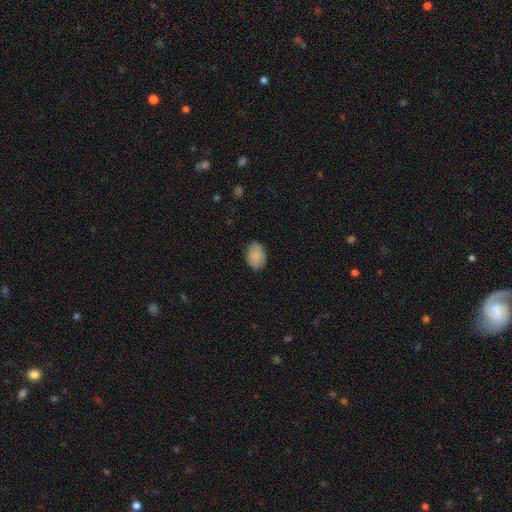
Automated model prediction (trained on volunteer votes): A smooth galaxy with no disk features (87%) that is in between round and cigar-shaped (77%). Merging: none (82%).